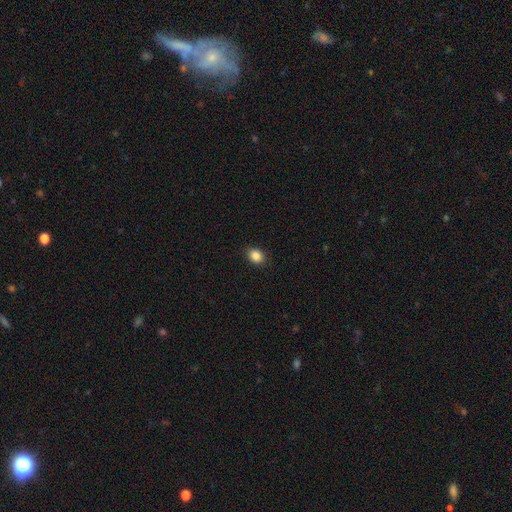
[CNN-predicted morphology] Smooth or featured?
  - smooth: 87% *
  - star or artifact: 9%
  - featured or disk: 4%
How rounded?
  - in between: 54% *
  - round: 45%
  - cigar-shaped: 1%
Merging?
  - none: 88% *
  - minor disturbance: 9%
  - major disturbance: 2%
  - merger: 1%